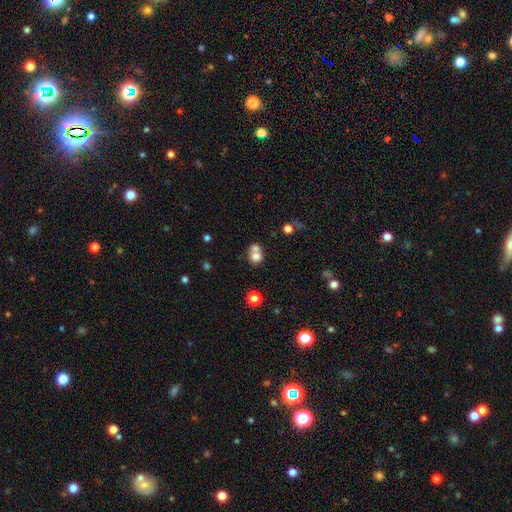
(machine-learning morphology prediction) type=smooth (73%); roundness=round (75%); merging=merger (55%).